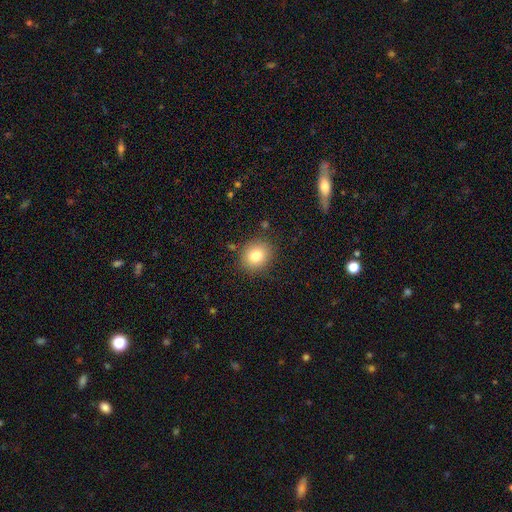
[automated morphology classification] This is clearly a smooth galaxy (80%). How rounded: likely round (76%). Merging: clearly none (86%).